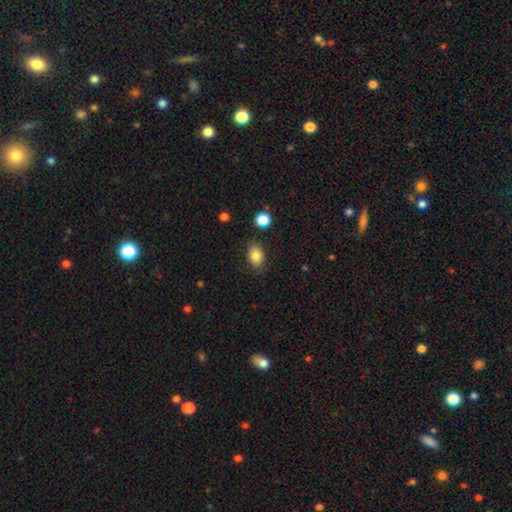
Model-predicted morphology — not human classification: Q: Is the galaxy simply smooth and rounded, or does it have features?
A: smooth — 84%.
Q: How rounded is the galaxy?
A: in between — 79%.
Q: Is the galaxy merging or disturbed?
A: none — 81%.